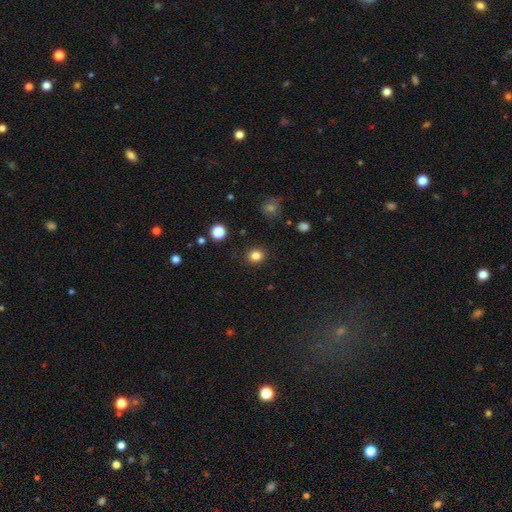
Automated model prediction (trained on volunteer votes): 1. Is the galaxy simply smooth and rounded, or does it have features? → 84% smooth, 12% star or artifact, 5% featured or disk.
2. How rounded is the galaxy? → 74% round, 25% in between, 1% cigar-shaped.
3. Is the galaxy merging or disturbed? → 89% none, 7% minor disturbance, 2% major disturbance, 1% merger.